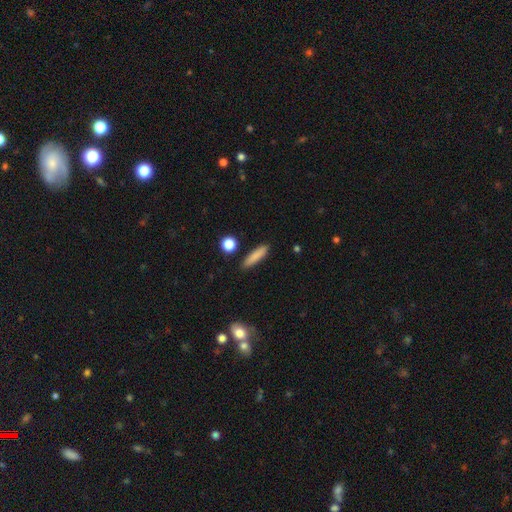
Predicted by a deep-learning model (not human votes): This is clearly a smooth galaxy (83%). How rounded: likely cigar-shaped (77%). Merging: clearly none (87%).